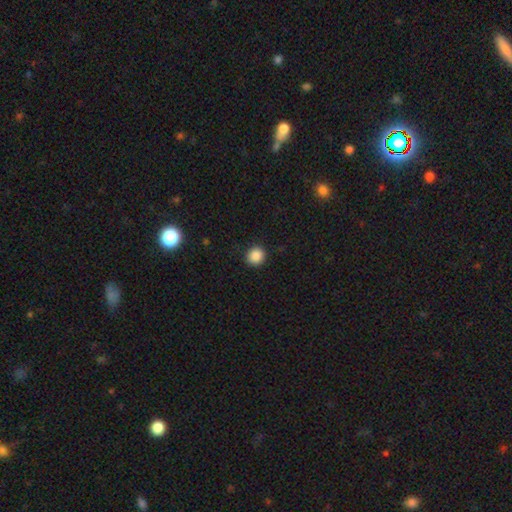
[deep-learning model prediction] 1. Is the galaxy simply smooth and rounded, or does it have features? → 88% smooth, 10% star or artifact, 3% featured or disk.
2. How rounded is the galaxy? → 88% round, 11% in between, 1% cigar-shaped.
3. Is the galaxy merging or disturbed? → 90% none, 7% minor disturbance, 2% major disturbance, 1% merger.